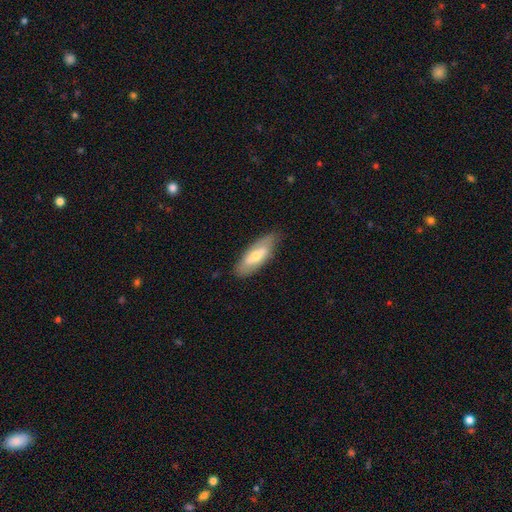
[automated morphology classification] Smooth or featured? smooth (51%)
How rounded? in between (69%)
Merging? none (81%)